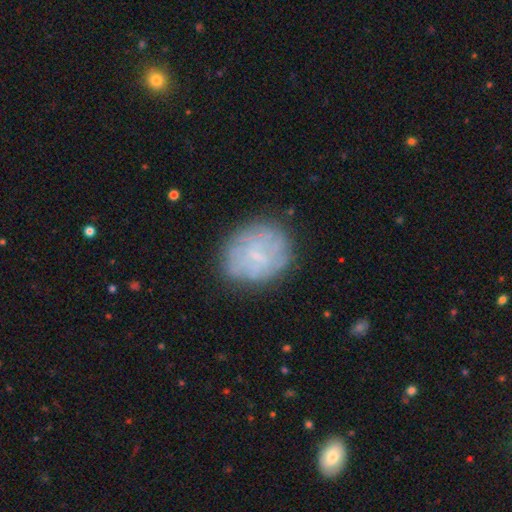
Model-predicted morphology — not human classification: smooth-or-featured: featured or disk: 46% | smooth: 44% | star or artifact: 10%
  merging: none: 75% | minor disturbance: 16% | major disturbance: 7% | merger: 2%